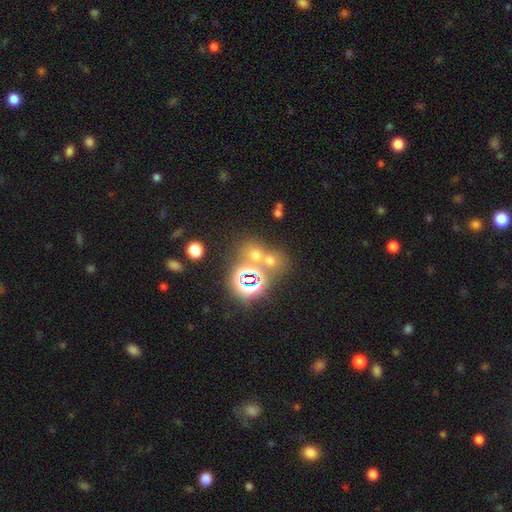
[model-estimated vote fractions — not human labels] Smooth or featured?
  - smooth: 48% *
  - star or artifact: 41%
  - featured or disk: 11%
Merging?
  - none: 53% *
  - merger: 34%
  - minor disturbance: 8%
  - major disturbance: 5%